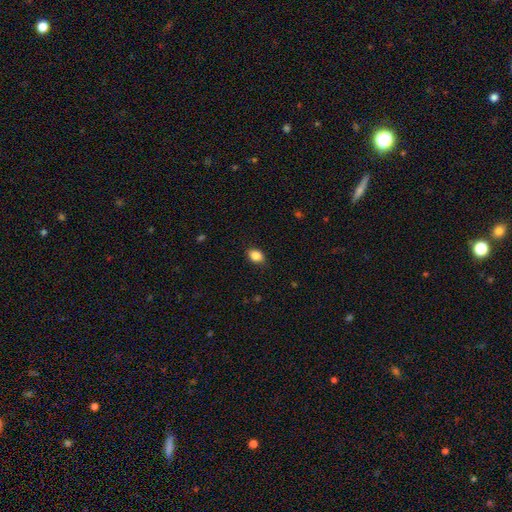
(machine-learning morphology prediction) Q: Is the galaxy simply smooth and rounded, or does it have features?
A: smooth — 86%.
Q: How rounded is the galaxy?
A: in between — 74%.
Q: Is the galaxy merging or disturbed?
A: none — 85%.